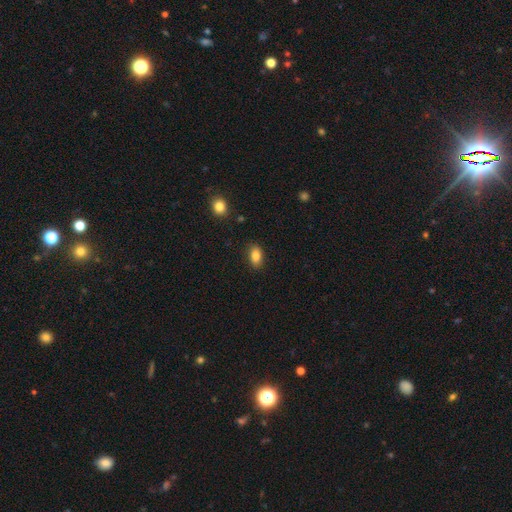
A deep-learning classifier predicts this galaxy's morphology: Smooth or featured? Predicted: smooth (p=0.86). How rounded? Predicted: in between (p=0.87). Merging? Predicted: none (p=0.87).